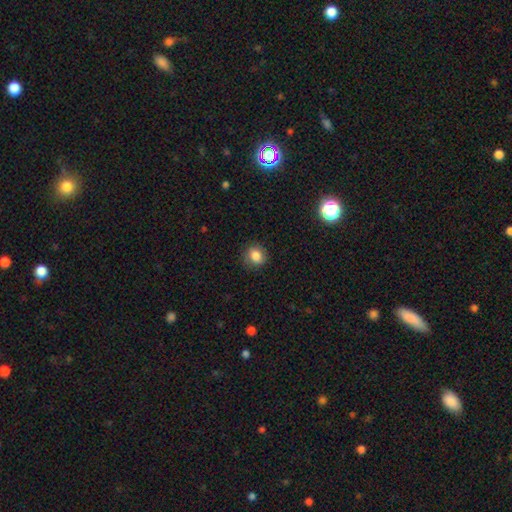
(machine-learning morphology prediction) Q: Smooth or featured?
A: smooth (82%); runner-up: star or artifact (10%)
Q: How rounded?
A: round (72%); runner-up: in between (27%)
Q: Merging?
A: none (80%); runner-up: minor disturbance (14%)